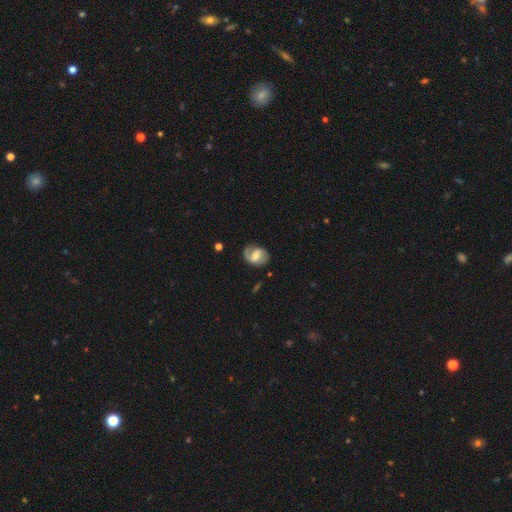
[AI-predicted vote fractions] featured or disk 68%, smooth 26%, star or artifact 7%. Down the decision tree: edge-on disk — no (97%); bar — weak (50%); spiral arms — yes (90%); spiral arm count — 2 (77%); spiral winding — medium (46%); bulge size — moderate (55%); merging — none (72%).